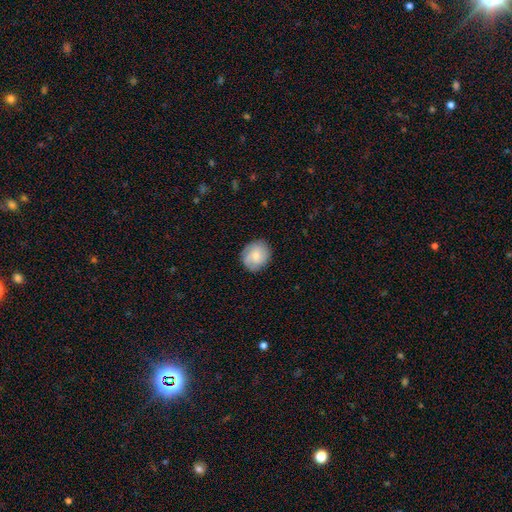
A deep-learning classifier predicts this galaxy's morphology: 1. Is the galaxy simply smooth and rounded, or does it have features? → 61% smooth, 32% featured or disk, 7% star or artifact.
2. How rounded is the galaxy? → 77% round, 22% in between, 1% cigar-shaped.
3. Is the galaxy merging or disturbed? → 82% none, 13% minor disturbance, 3% major disturbance, 1% merger.